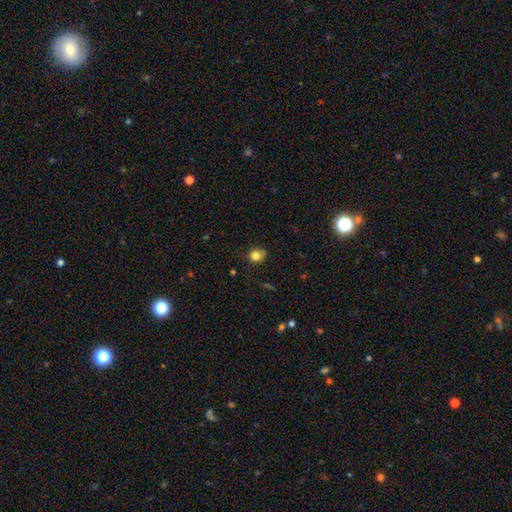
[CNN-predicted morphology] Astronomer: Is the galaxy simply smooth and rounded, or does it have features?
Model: smooth — 82%.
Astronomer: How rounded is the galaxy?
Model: round — 68%.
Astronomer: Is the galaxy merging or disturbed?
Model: none — 68%.